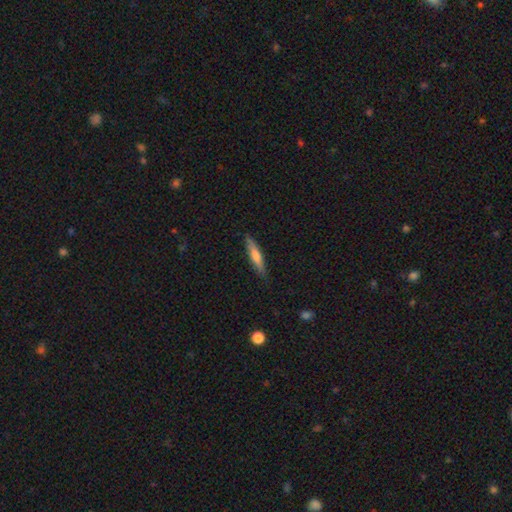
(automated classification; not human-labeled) Smooth or featured: smooth — 61% (featured or disk — 33%)
How rounded: cigar-shaped — 88% (in between — 11%)
Merging: none — 86% (minor disturbance — 10%)